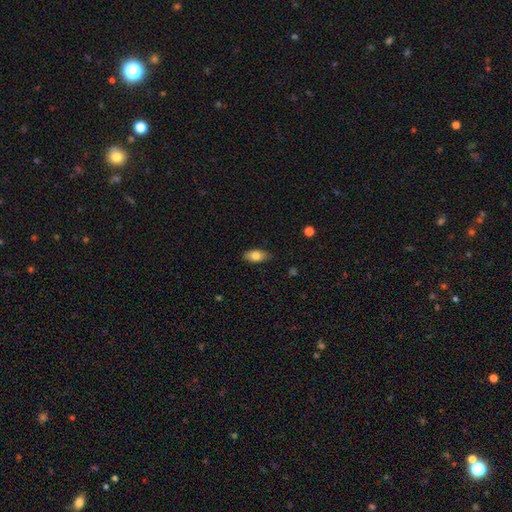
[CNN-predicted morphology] smooth 79%, featured or disk 14%, star or artifact 7%. Down the decision tree: how rounded — in between (90%); merging — none (83%).